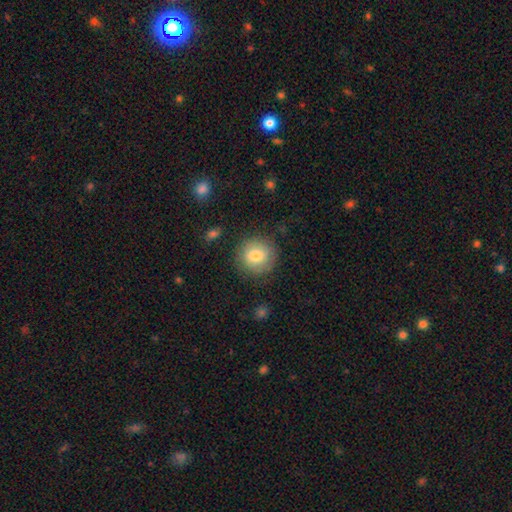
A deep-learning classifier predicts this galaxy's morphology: Smooth or featured? Predicted: smooth (p=0.79). How rounded? Predicted: round (p=0.92). Merging? Predicted: none (p=0.84).